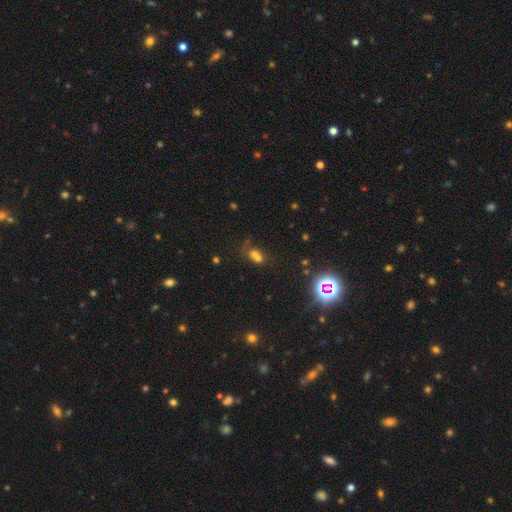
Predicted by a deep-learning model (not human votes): A smooth galaxy with no disk features (57%) that is in between round and cigar-shaped (70%). Merging: merger (36%).